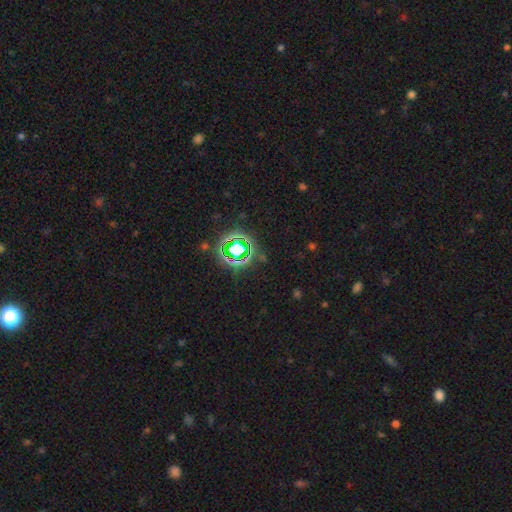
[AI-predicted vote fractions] Smooth or featured? star or artifact (78%)